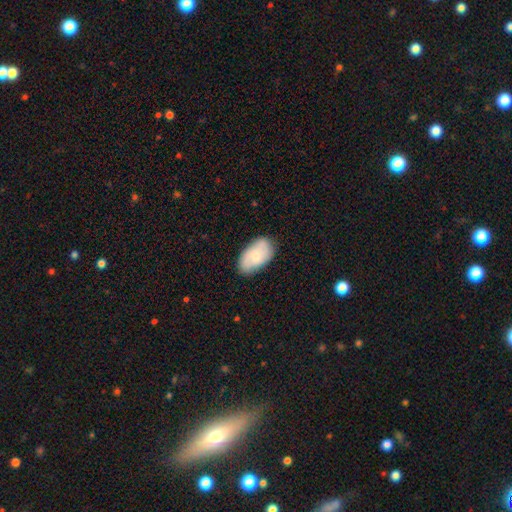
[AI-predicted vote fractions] Smooth or featured? Predicted: smooth (p=0.65). How rounded? Predicted: in between (p=0.94). Merging? Predicted: none (p=0.76).